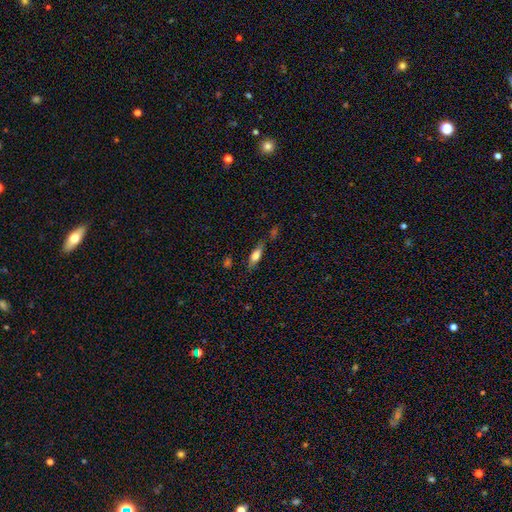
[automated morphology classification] A smooth galaxy with no disk features (66%) that is in between round and cigar-shaped (57%).

Vote fractions:
- Smooth or featured? smooth: 66% / featured or disk: 26% / star or artifact: 8%
- How rounded? in between: 57% / cigar-shaped: 40% / round: 3%
- Merging? none: 67% / minor disturbance: 19% / merger: 8% / major disturbance: 6%